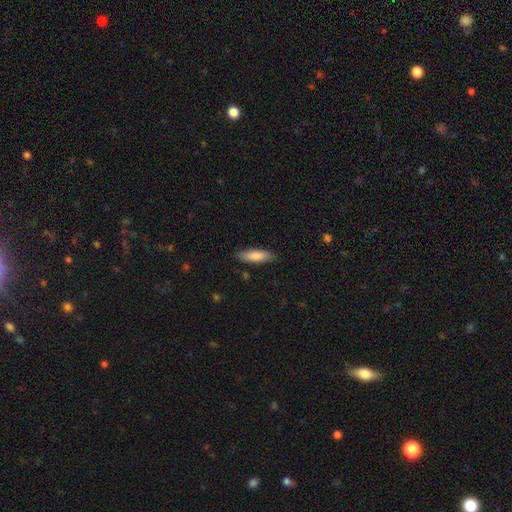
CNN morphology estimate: This appears to be a smooth galaxy with no disk features (84%) that is cigar-shaped (54%). Merging: none (85%).